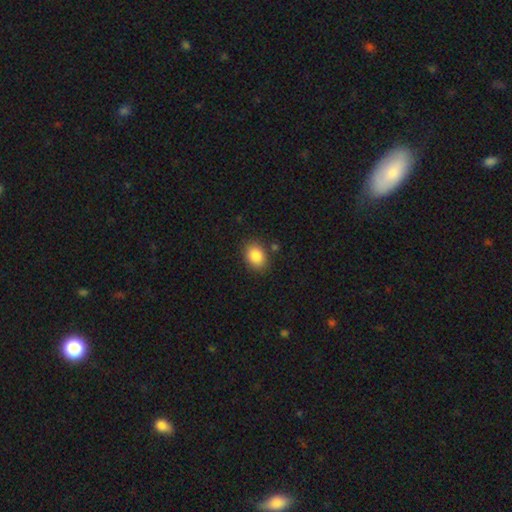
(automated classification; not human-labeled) Q: Smooth or featured?
A: smooth (86%); runner-up: star or artifact (8%)
Q: How rounded?
A: in between (63%); runner-up: round (36%)
Q: Merging?
A: none (83%); runner-up: minor disturbance (11%)